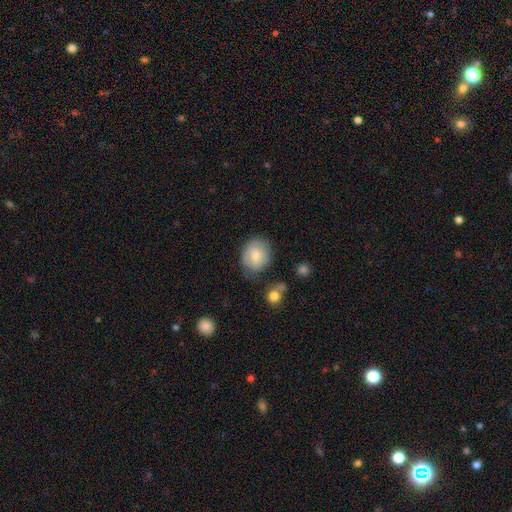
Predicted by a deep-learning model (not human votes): Q: Smooth or featured?
A: smooth (69%); runner-up: featured or disk (24%)
Q: How rounded?
A: round (66%); runner-up: in between (33%)
Q: Merging?
A: none (64%); runner-up: minor disturbance (24%)